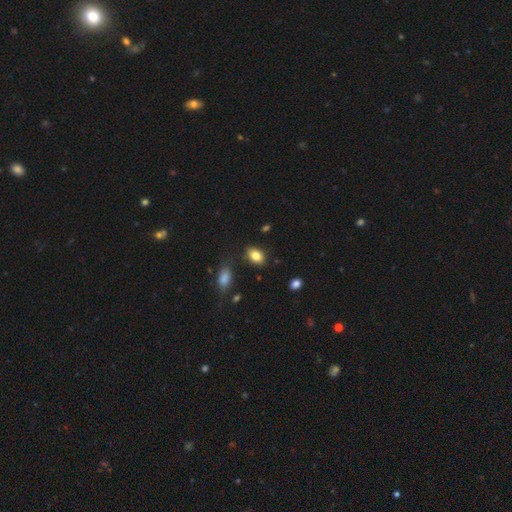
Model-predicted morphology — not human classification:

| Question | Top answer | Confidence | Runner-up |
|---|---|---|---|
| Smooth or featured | smooth | 83% | star or artifact (9%) |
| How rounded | in between | 85% | round (13%) |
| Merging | none | 81% | minor disturbance (13%) |